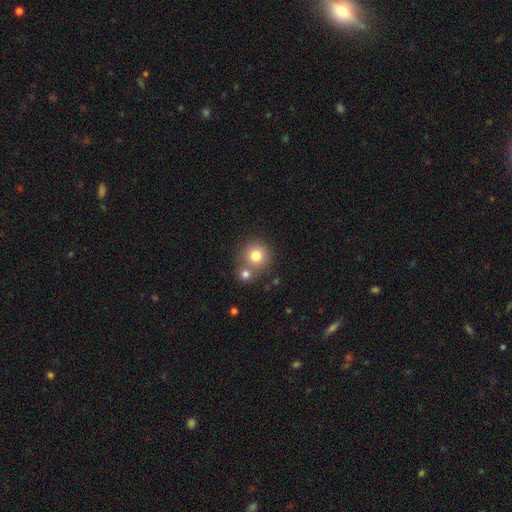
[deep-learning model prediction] Smooth or featured? Predicted: smooth (p=0.78). How rounded? Predicted: round (p=0.92). Merging? Predicted: none (p=0.60).